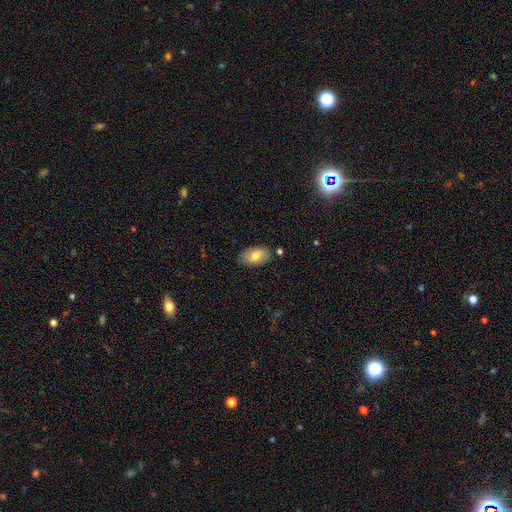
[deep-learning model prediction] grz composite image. It shows a smooth galaxy with no disk features (70%) that is in between round and cigar-shaped (93%). Merging: none (82%).